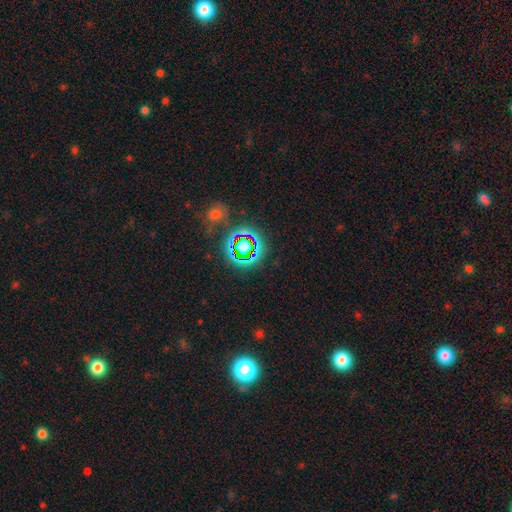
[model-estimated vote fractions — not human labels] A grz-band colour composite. It shows a star or artifact, not a galaxy (57%).